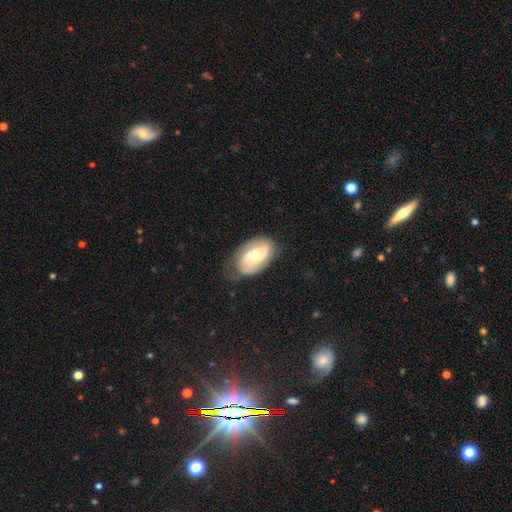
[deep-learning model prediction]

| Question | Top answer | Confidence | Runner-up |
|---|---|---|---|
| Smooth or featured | featured or disk | 70% | smooth (25%) |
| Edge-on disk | no | 96% | yes (4%) |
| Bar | no | 57% | weak (34%) |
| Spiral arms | yes | 91% | no (9%) |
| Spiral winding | medium | 44% | tight (35%) |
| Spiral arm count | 2 | 77% | can't tell (12%) |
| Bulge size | moderate | 57% | small (30%) |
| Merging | none | 67% | minor disturbance (23%) |